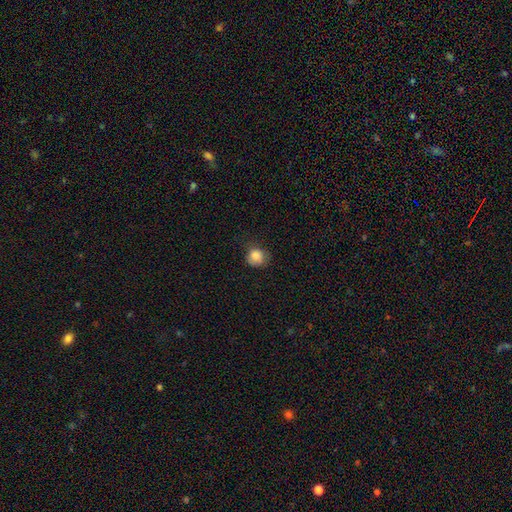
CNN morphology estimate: The model was most divided on "merging": none: 72%, minor disturbance: 22%, major disturbance: 6%, merger: 1%. More confident: smooth or featured — smooth (85%); how rounded — round (84%).